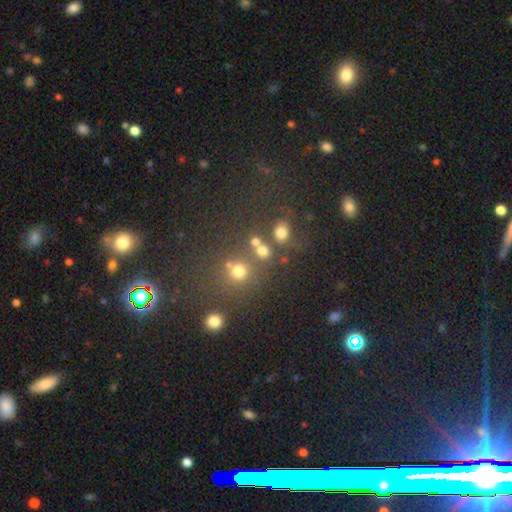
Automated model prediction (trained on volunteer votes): A star or artifact, not a galaxy (58%).